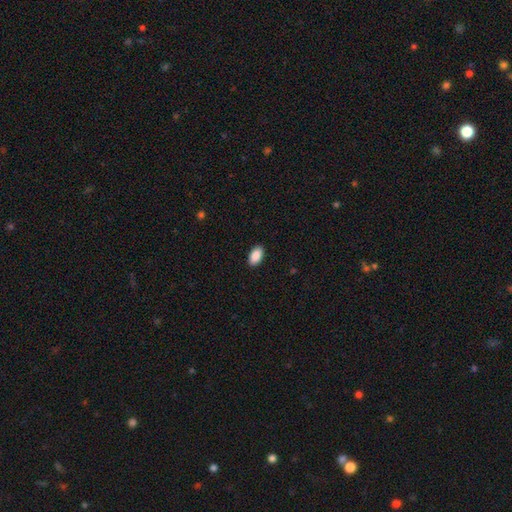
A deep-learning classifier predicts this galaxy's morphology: Overall: smooth (90%). How rounded: in between (94%). Merging: none (90%).